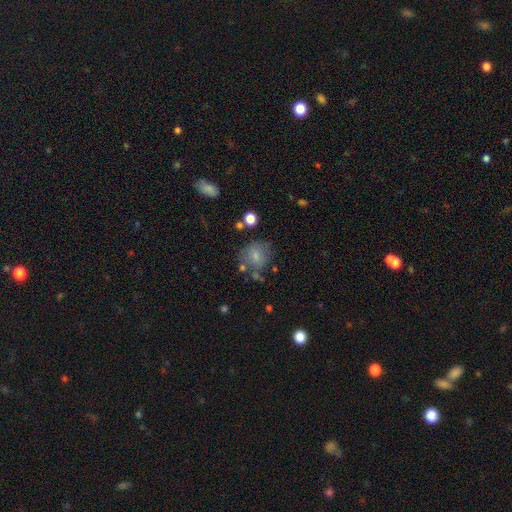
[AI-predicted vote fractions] This appears to be a smooth galaxy with no disk features (72%) that is round (68%). Merging: none (58%).